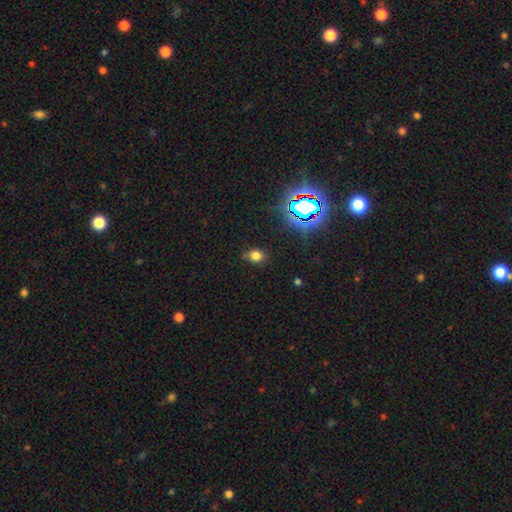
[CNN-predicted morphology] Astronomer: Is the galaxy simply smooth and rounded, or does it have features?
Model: smooth — 73%.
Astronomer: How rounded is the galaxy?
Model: in between — 54% (runner-up: round, 45%).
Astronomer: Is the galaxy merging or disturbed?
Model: none — 76%.